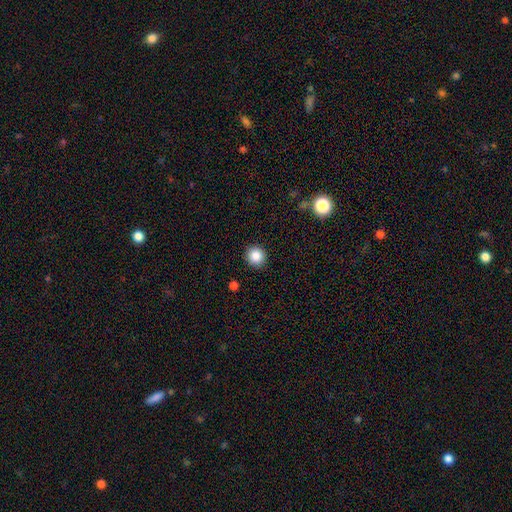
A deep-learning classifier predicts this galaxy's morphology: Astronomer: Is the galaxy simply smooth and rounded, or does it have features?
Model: smooth — 86%.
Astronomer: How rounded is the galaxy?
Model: round — 93%.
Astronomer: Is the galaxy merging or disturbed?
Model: none — 92%.